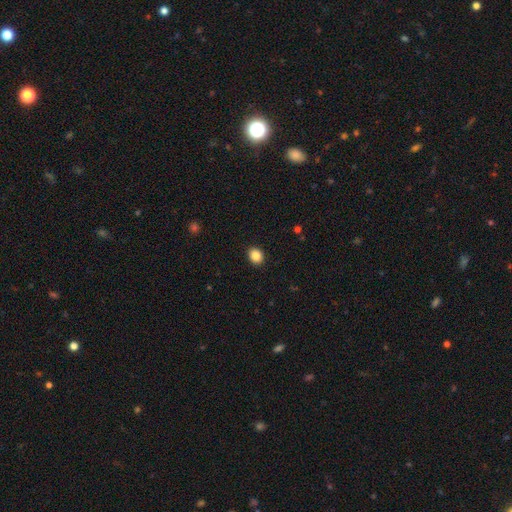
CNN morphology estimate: This appears to be a smooth galaxy with no disk features (87%) that is round (64%). Merging: none (92%).